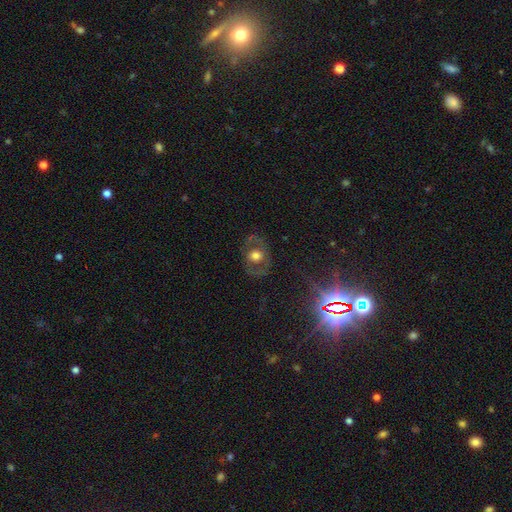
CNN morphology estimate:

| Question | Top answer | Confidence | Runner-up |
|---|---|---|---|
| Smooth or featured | featured or disk | 50% | smooth (39%) |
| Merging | none | 77% | minor disturbance (13%) |